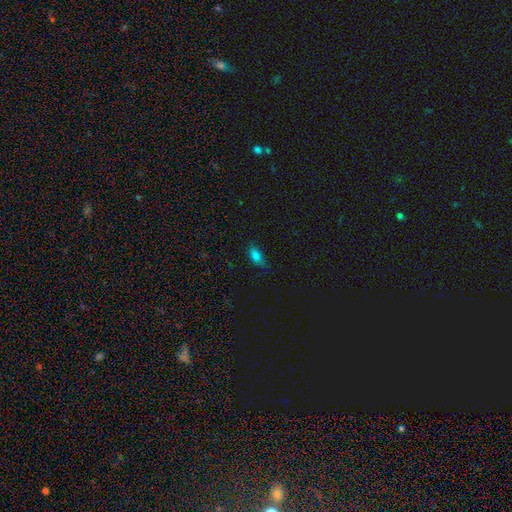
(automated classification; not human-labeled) Smooth or featured: smooth — 79% (star or artifact — 12%)
How rounded: in between — 84% (cigar-shaped — 11%)
Merging: none — 71% (minor disturbance — 23%)